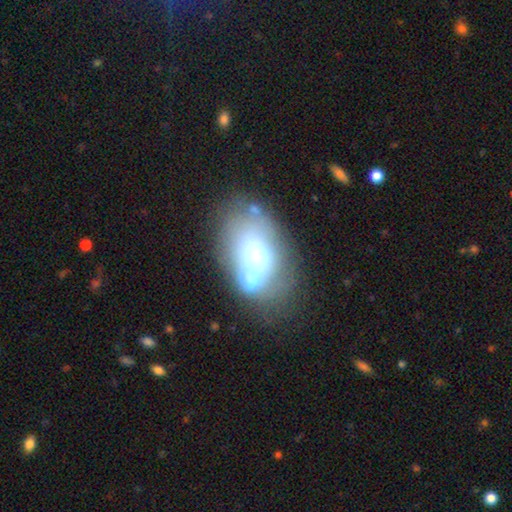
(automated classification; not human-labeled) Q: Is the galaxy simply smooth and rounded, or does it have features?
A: smooth — 52%.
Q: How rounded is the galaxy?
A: in between — 78%.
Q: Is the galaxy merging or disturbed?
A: none — 34%.